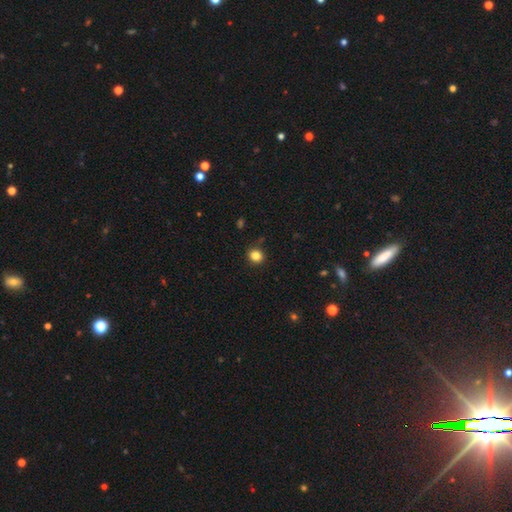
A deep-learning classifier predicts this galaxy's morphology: Smooth or featured? Predicted: smooth (p=0.83). How rounded? Predicted: round (p=0.84). Merging? Predicted: none (p=0.88).